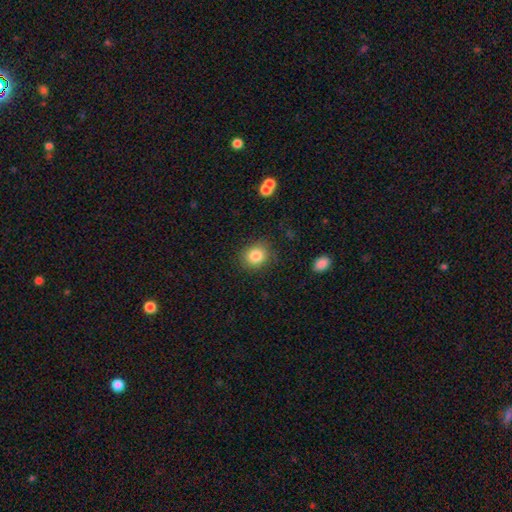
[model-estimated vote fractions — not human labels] Smooth or featured? Predicted: smooth (p=0.84). How rounded? Predicted: round (p=0.68). Merging? Predicted: none (p=0.84).